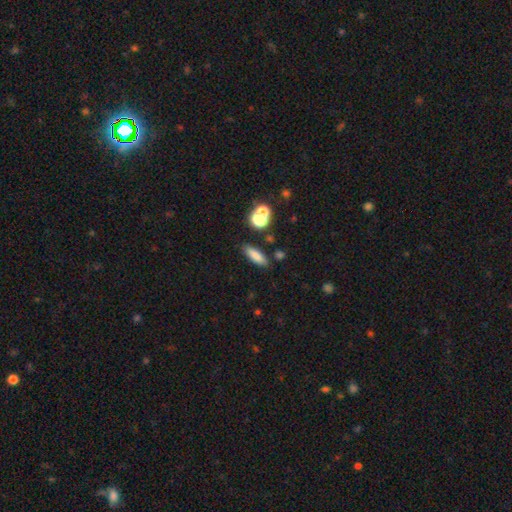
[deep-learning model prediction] Smooth or featured? smooth (78%)
How rounded? cigar-shaped (50%)
Merging? none (82%)